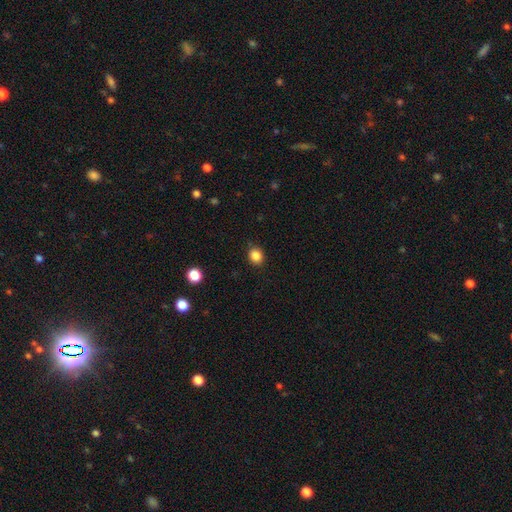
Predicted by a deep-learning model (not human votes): This is clearly a smooth galaxy (85%). How rounded: likely round (68%). Merging: clearly none (87%).